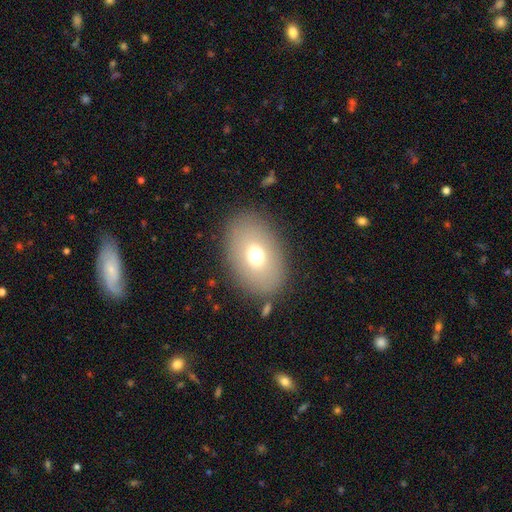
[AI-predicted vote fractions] A smooth galaxy with no disk features (70%) that is in between round and cigar-shaped (80%). Merging: none (85%).